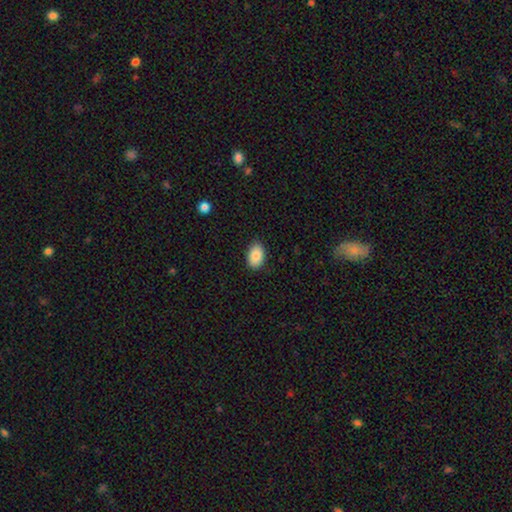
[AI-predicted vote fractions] Q: Smooth or featured?
A: smooth (87%); runner-up: star or artifact (7%)
Q: How rounded?
A: in between (90%); runner-up: round (9%)
Q: Merging?
A: none (87%); runner-up: minor disturbance (10%)